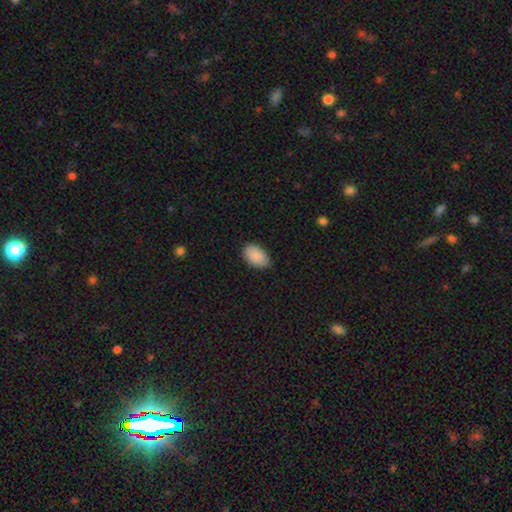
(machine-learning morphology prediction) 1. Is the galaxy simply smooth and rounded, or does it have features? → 90% smooth, 6% star or artifact, 4% featured or disk.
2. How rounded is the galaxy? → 94% in between, 5% round, 1% cigar-shaped.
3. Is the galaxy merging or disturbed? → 86% none, 11% minor disturbance, 2% major disturbance, 1% merger.